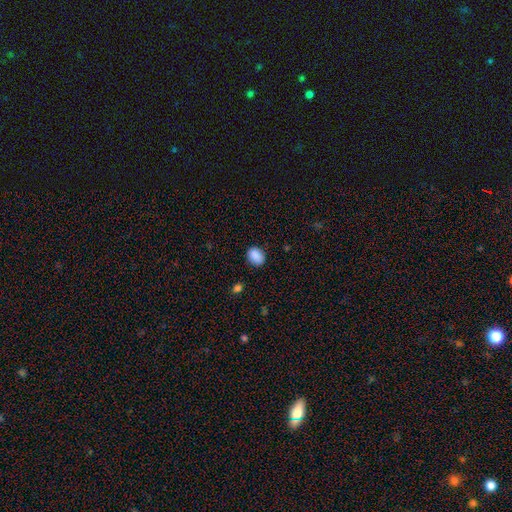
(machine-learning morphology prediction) Smooth or featured?
  - smooth: 88% *
  - star or artifact: 8%
  - featured or disk: 4%
How rounded?
  - in between: 60% *
  - round: 39%
  - cigar-shaped: 1%
Merging?
  - none: 81% *
  - minor disturbance: 14%
  - major disturbance: 3%
  - merger: 1%